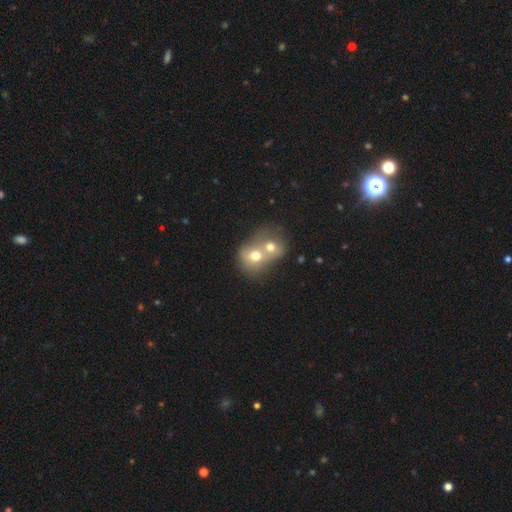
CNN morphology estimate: smooth_or_featured: smooth (p=0.63) [alt: featured or disk p=0.26]
how_rounded: round (p=0.64) [alt: in between p=0.35]
merging: merger (p=0.78) [alt: none p=0.14]